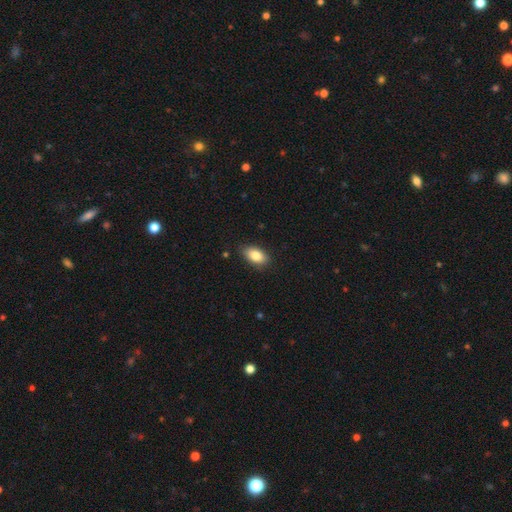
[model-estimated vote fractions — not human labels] This appears to be a smooth galaxy with no disk features (83%) that is in between round and cigar-shaped (91%). Merging: none (84%).